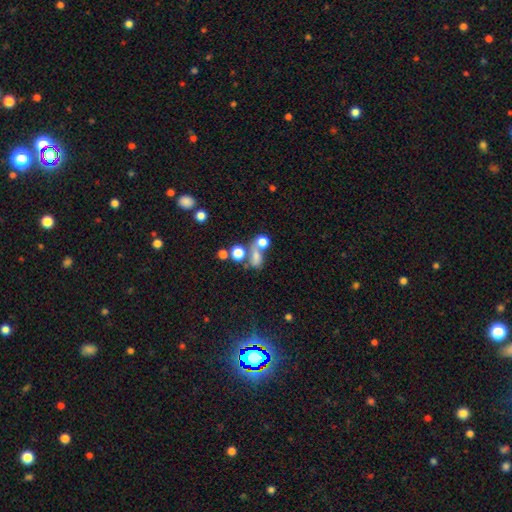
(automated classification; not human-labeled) This appears to be a smooth galaxy with no disk features (65%) that is in between round and cigar-shaped (59%). Merging: merger (42%).